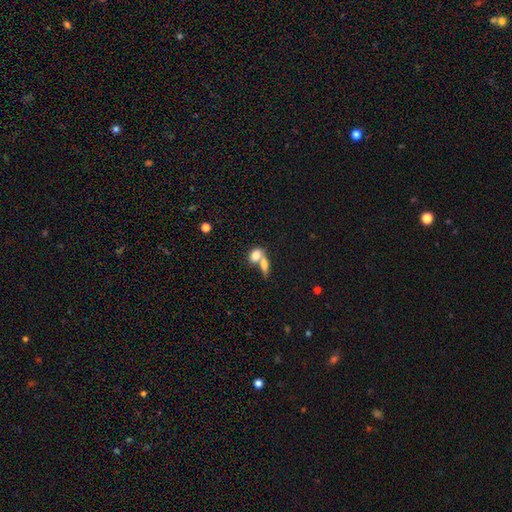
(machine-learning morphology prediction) This appears to be a smooth galaxy with no disk features (77%) that is in between round and cigar-shaped (78%). Merging: merger (65%).